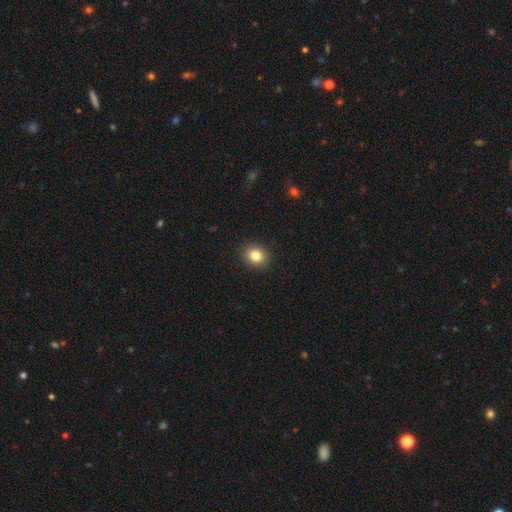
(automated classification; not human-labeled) This appears to be a smooth galaxy with no disk features (83%) that is round (60%). Merging: none (91%).